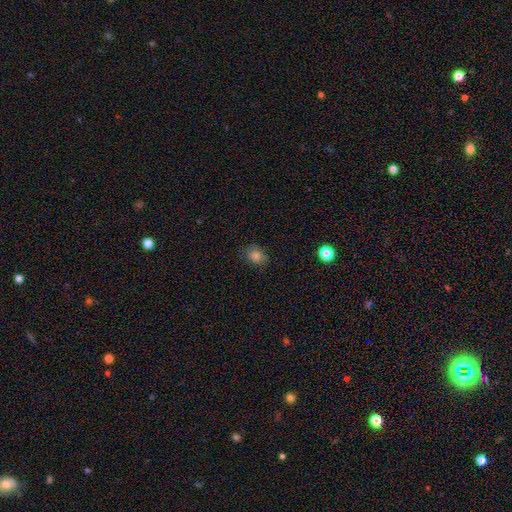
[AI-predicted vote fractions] This is clearly a smooth galaxy (80%). How rounded: possibly in between (56%). Merging: clearly none (80%).